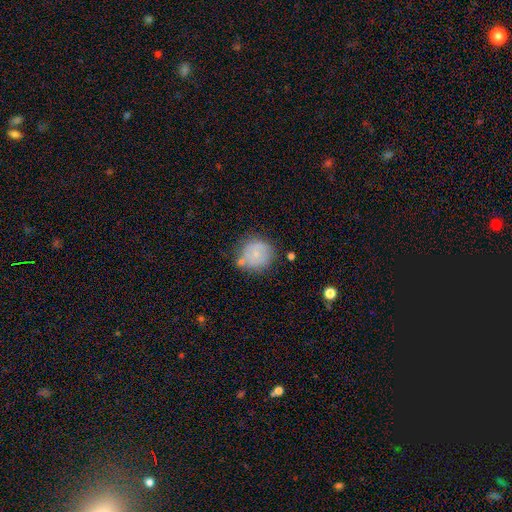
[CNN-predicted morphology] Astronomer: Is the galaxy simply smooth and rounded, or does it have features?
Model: smooth — 65%.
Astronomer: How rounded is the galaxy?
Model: round — 88%.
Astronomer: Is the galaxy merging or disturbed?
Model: none — 63%.